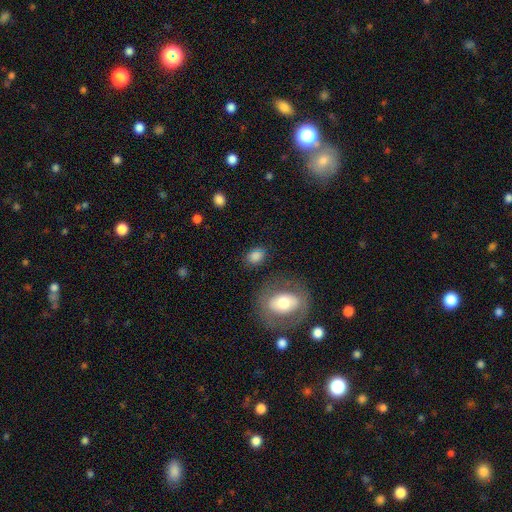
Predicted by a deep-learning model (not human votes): smooth-or-featured: smooth: 79% | star or artifact: 11% | featured or disk: 10%
  how-rounded: in between: 70% | round: 29% | cigar-shaped: 2%
  merging: none: 76% | minor disturbance: 14% | major disturbance: 6% | merger: 4%